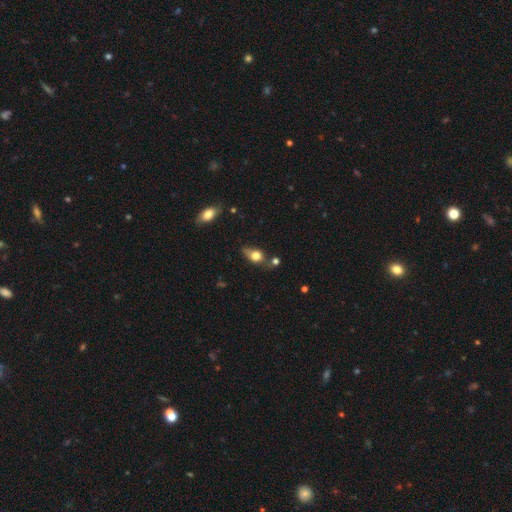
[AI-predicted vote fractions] A smooth galaxy with no disk features (68%) that is in between round and cigar-shaped (60%). Merging: none (47%).